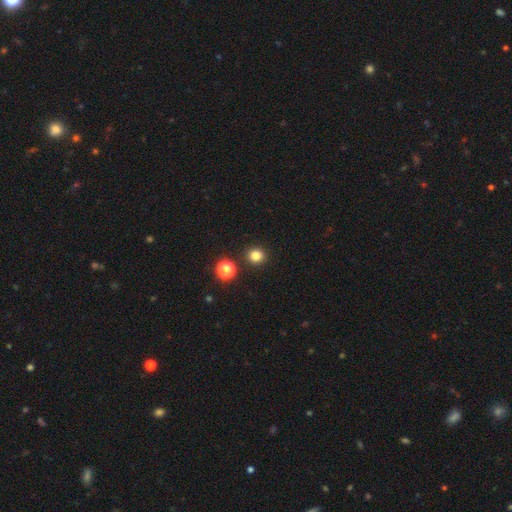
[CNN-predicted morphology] Q: Smooth or featured?
A: smooth (80%); runner-up: star or artifact (15%)
Q: How rounded?
A: round (91%); runner-up: in between (8%)
Q: Merging?
A: none (90%); runner-up: minor disturbance (5%)